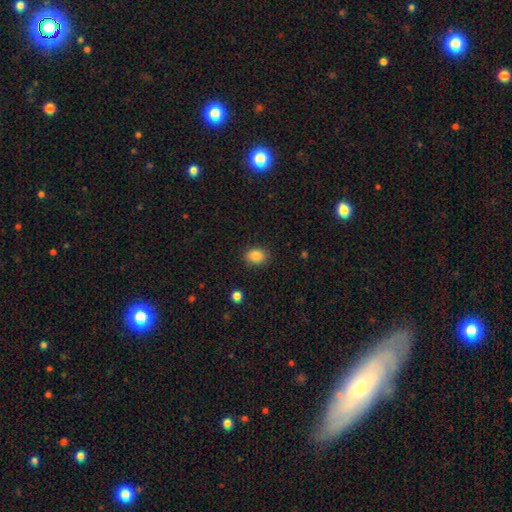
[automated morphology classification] This appears to be a smooth galaxy with no disk features (87%) that is in between round and cigar-shaped (69%). Merging: none (86%).